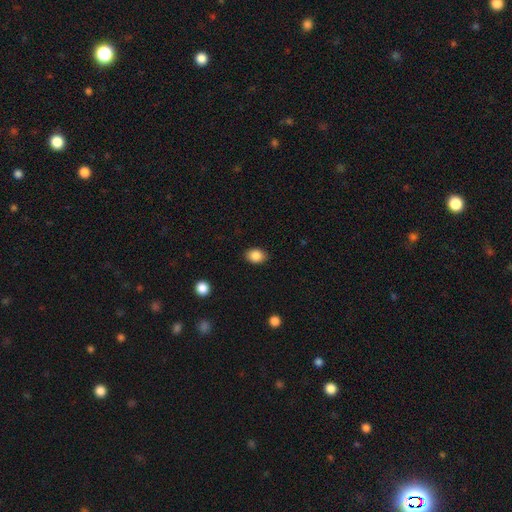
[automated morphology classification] The model was most divided on "how rounded": in between: 68%, round: 31%, cigar-shaped: 1%. More confident: smooth or featured — smooth (87%); merging — none (87%).